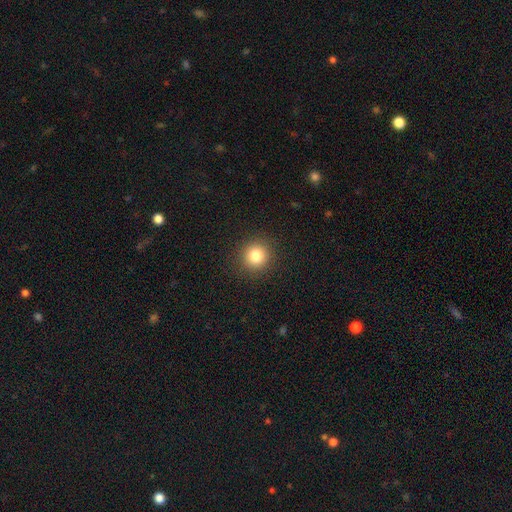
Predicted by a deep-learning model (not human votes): Morphology: type=smooth (82%); roundness=round (92%); merging=none (91%).